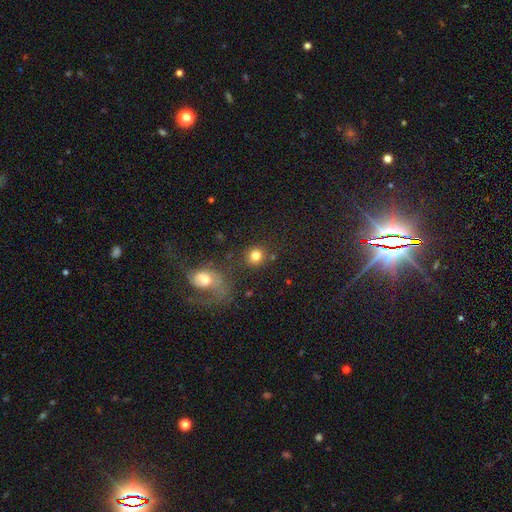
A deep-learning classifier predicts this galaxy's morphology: type=smooth (81%); roundness=round (86%); merging=none (77%).